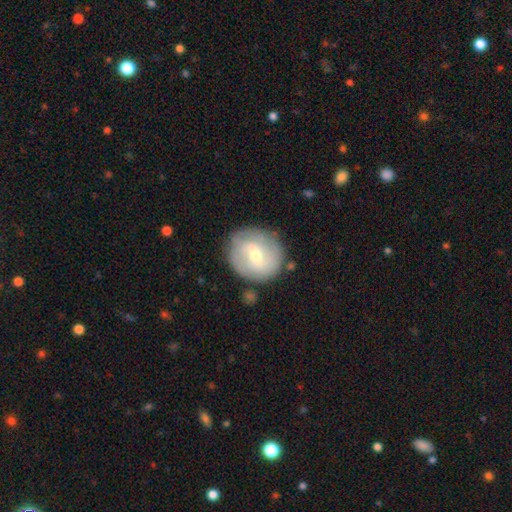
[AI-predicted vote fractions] This appears to be a featured or disk galaxy (58%) with a weak bar (55%), spiral arms (71%) and a moderate central bulge (56%). Merging: none (77%).